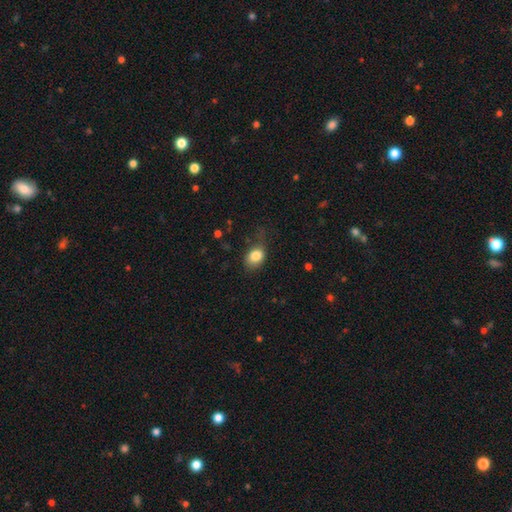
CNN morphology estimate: A smooth galaxy with no disk features (83%) that is in between round and cigar-shaped (60%). Merging: none (54%).